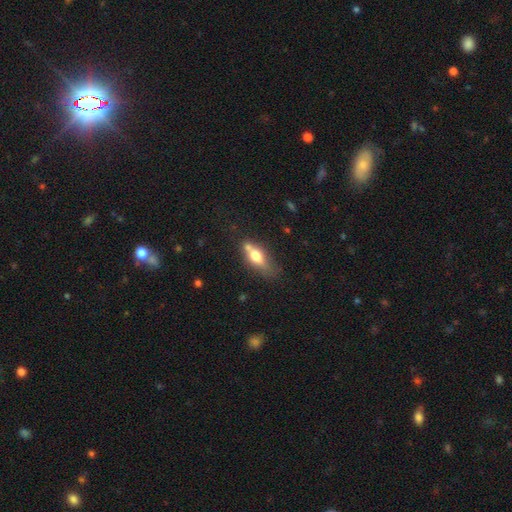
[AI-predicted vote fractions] smooth-or-featured: smooth: 61% | featured or disk: 31% | star or artifact: 8%
  how-rounded: in between: 68% | cigar-shaped: 26% | round: 6%
  merging: none: 48% | minor disturbance: 24% | merger: 18% | major disturbance: 10%